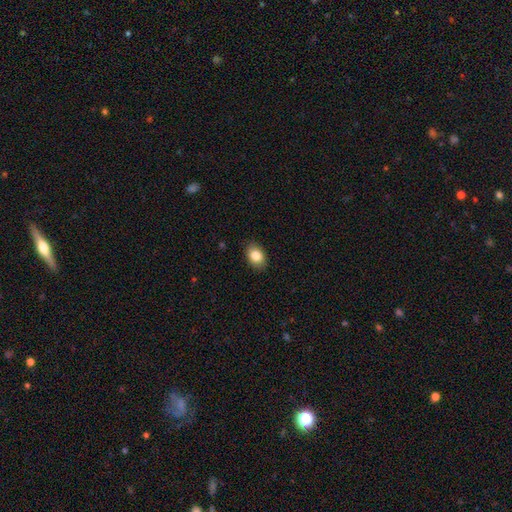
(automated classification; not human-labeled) smooth 84%, star or artifact 8%, featured or disk 8%. Down the decision tree: how rounded — in between (78%); merging — none (88%).